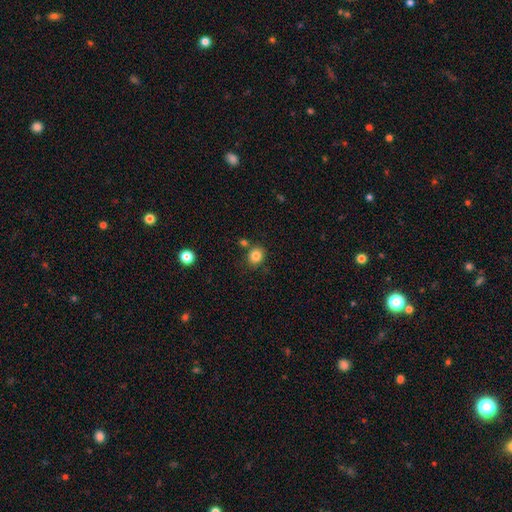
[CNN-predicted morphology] type=smooth (83%); roundness=round (78%); merging=none (79%).